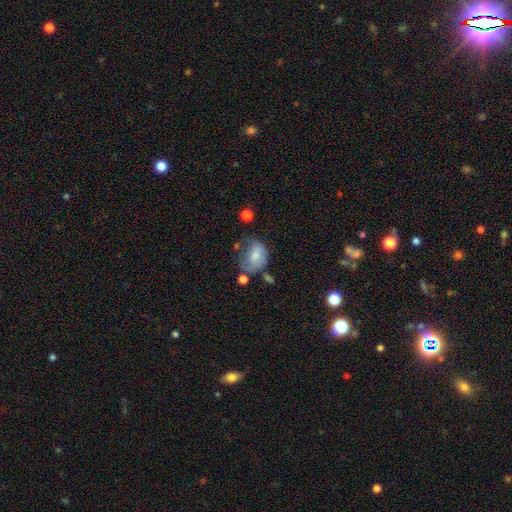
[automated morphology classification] A smooth galaxy with no disk features (68%) that is in between round and cigar-shaped (57%).

Vote fractions:
- Smooth or featured? smooth: 68% / featured or disk: 24% / star or artifact: 8%
- How rounded? in between: 57% / round: 42% / cigar-shaped: 1%
- Merging? minor disturbance: 32% / none: 29% / major disturbance: 28% / merger: 10%